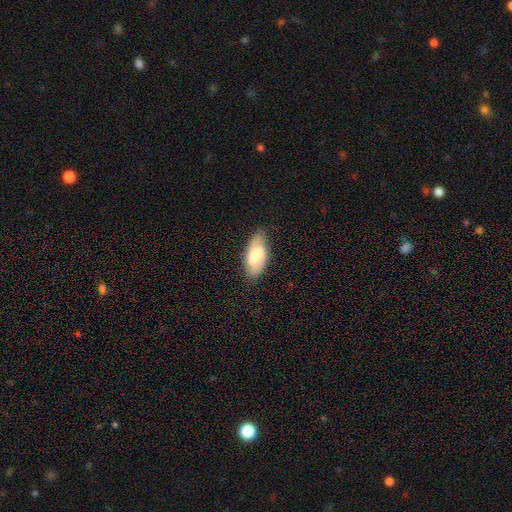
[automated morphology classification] This is likely a smooth galaxy (65%). How rounded: clearly in between (91%). Merging: likely none (76%).